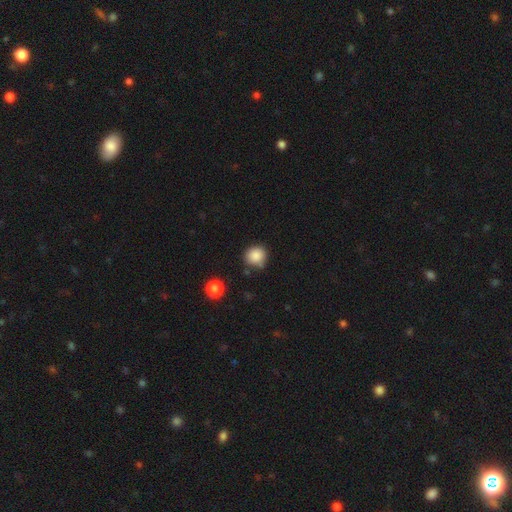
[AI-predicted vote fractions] Overall: smooth (86%). How rounded: round (87%). Merging: none (73%).